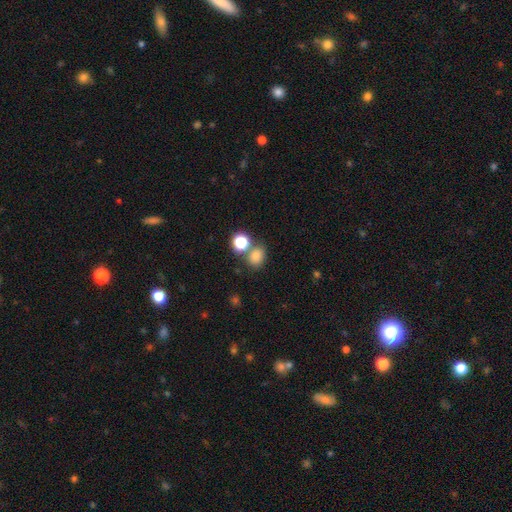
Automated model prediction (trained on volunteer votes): Overall: smooth (78%). How rounded: round (52%; in between 47%). Merging: none (63%).